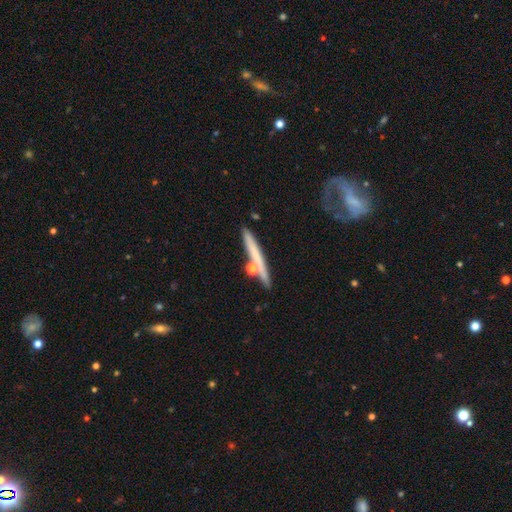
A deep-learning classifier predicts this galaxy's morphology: A smooth galaxy with no disk features (50%) that is cigar-shaped (90%). Merging: none (73%).